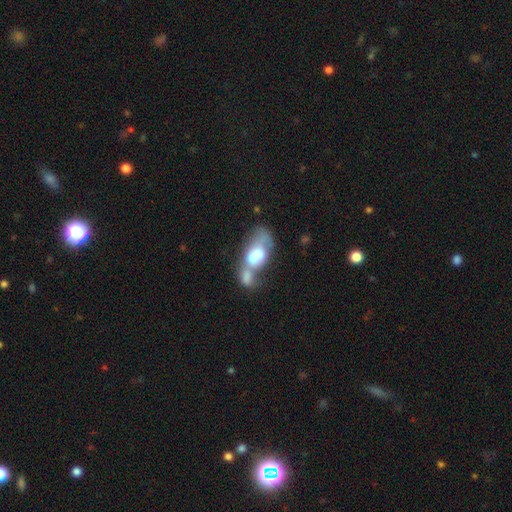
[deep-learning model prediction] A smooth galaxy with no disk features (54%) that is in between round and cigar-shaped (88%). Merging: merger (66%).